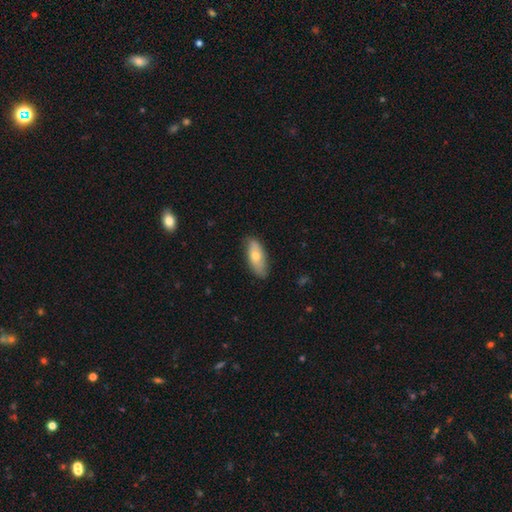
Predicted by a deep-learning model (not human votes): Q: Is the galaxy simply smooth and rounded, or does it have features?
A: smooth — 63%.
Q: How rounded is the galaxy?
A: in between — 82%.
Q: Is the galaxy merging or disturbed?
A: none — 75%.